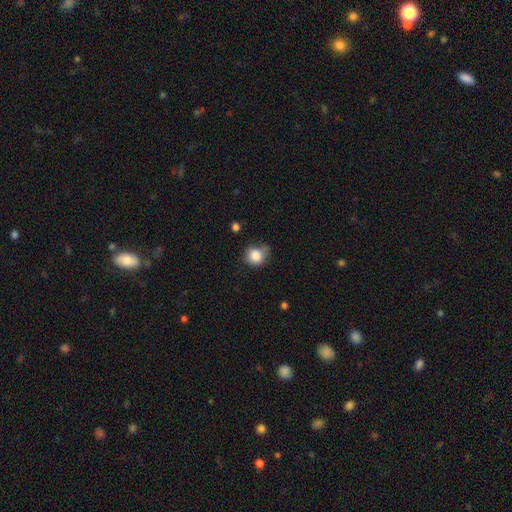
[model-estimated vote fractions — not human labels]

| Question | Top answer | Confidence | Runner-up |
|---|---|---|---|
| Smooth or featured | smooth | 83% | star or artifact (10%) |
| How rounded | round | 76% | in between (24%) |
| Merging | none | 55% | minor disturbance (31%) |